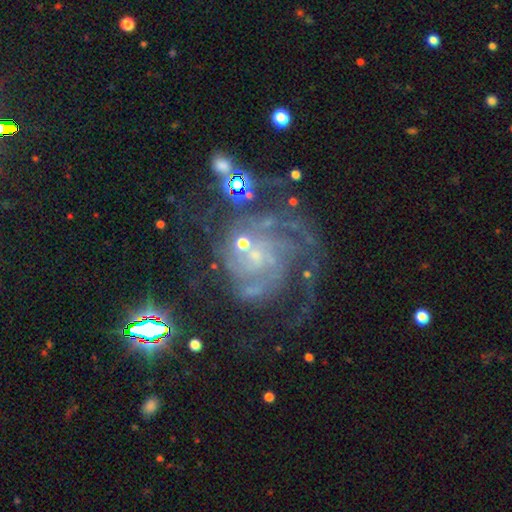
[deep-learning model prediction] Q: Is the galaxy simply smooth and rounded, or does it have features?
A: featured or disk — 77%.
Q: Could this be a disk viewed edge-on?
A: no — 98%.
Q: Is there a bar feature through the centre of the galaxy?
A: no — 72%.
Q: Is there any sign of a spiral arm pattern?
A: yes — 89%.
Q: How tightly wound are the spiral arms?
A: tight — 44%.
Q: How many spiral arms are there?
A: can't tell — 32%.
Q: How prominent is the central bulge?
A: small — 58%.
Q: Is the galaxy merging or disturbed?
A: none — 47%.